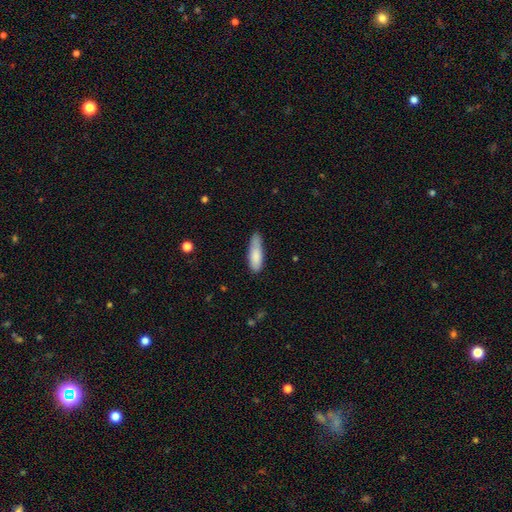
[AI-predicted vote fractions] Smooth or featured? smooth (84%)
How rounded? cigar-shaped (52%)
Merging? none (64%)